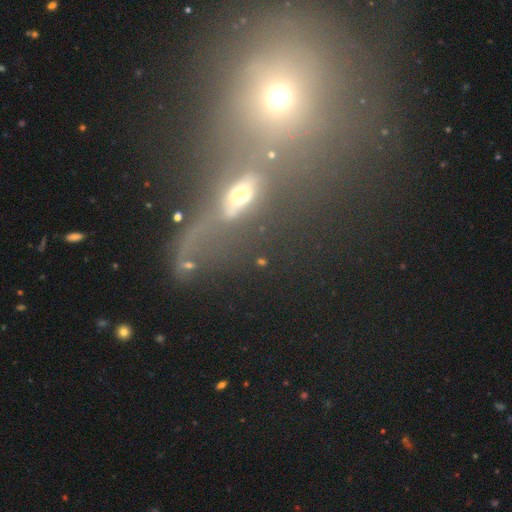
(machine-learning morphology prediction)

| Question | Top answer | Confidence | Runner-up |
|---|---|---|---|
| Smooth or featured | star or artifact | 38% | smooth (32%) |